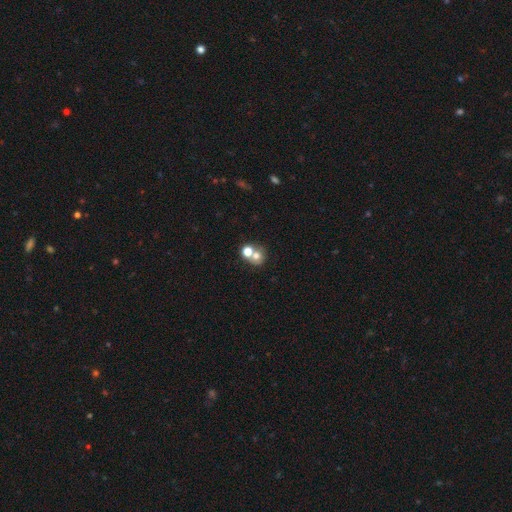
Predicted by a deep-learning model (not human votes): The model was most divided on "merging": merger: 51%, none: 38%, minor disturbance: 7%, major disturbance: 4%. More confident: how rounded — round (76%); smooth or featured — smooth (66%).